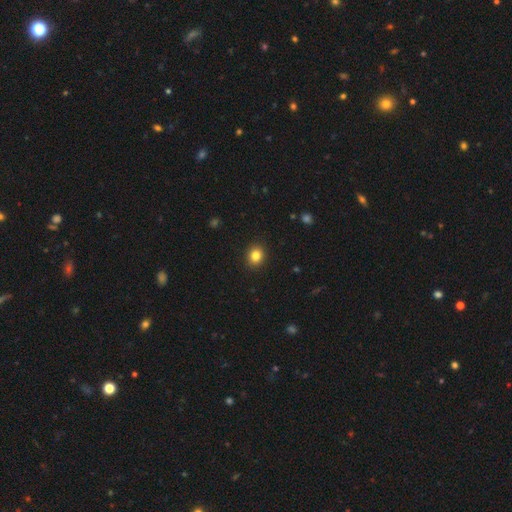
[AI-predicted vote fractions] Q: Smooth or featured?
A: smooth (83%); runner-up: star or artifact (11%)
Q: How rounded?
A: round (69%); runner-up: in between (30%)
Q: Merging?
A: none (91%); runner-up: minor disturbance (6%)